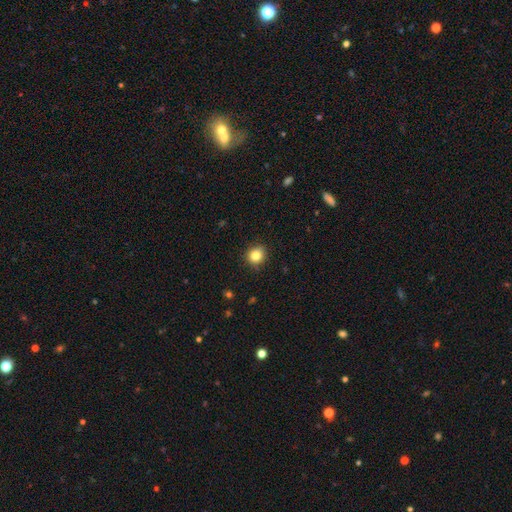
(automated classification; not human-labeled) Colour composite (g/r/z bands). It shows a smooth galaxy with no disk features (83%) that is round (83%). Merging: none (89%).